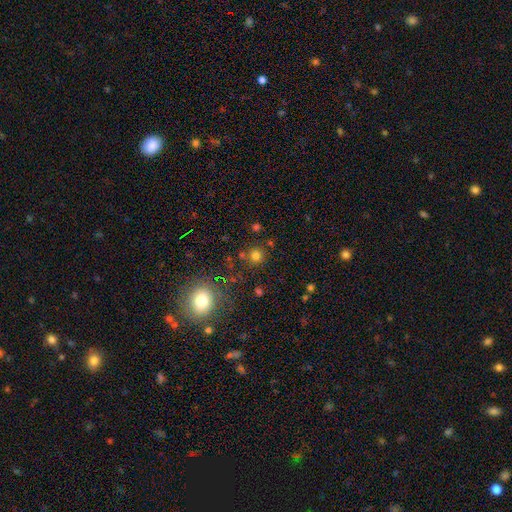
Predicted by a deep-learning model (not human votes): This is likely a smooth galaxy (75%). How rounded: clearly round (93%). Merging: clearly none (84%).